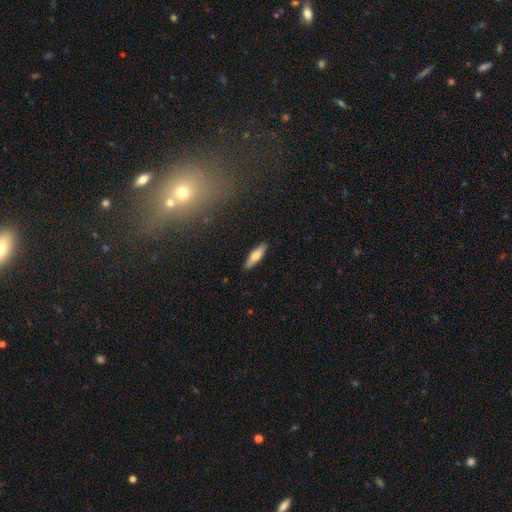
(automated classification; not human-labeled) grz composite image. It shows a smooth galaxy with no disk features (67%) that is cigar-shaped (63%). Merging: none (89%).